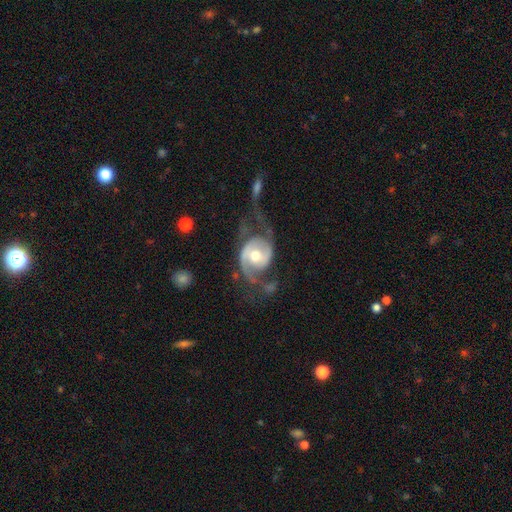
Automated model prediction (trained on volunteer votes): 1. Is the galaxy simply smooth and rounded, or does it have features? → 84% featured or disk, 12% smooth, 5% star or artifact.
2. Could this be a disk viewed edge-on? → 97% no, 3% yes.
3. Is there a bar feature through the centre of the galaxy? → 53% no, 33% weak, 13% strong.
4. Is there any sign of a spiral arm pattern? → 92% yes, 8% no.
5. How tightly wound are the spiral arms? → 41% medium (tied), 41% loose (tied), 17% tight.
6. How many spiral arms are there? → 82% 2, 9% 1, 5% can't tell, 2% 3, 1% 4, 1% more than 4.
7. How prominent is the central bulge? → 73% moderate, 17% small, 8% large, 1% dominant, 1% none.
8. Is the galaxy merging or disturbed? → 40% none, 36% major disturbance, 18% minor disturbance, 5% merger.